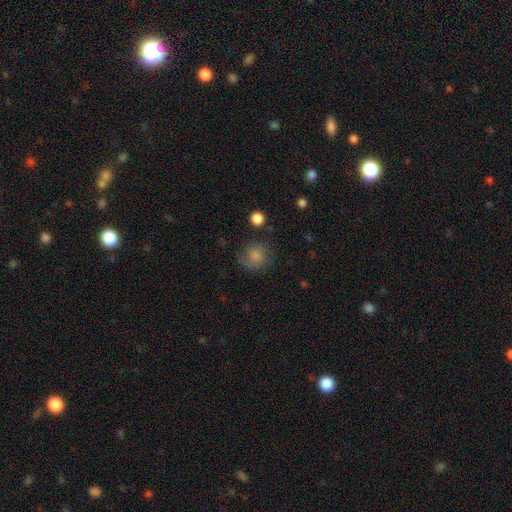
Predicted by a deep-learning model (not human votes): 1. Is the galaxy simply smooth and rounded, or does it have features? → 80% smooth, 10% star or artifact, 10% featured or disk.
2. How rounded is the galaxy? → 85% round, 14% in between, 1% cigar-shaped.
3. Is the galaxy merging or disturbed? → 68% none, 21% minor disturbance, 9% major disturbance, 2% merger.